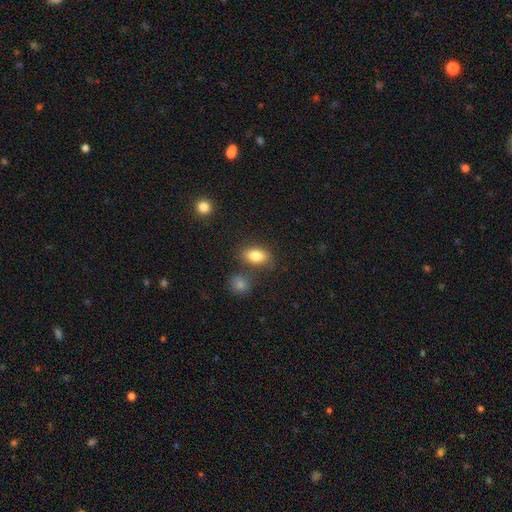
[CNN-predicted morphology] A smooth galaxy with no disk features (84%) that is in between round and cigar-shaped (88%). Merging: none (71%).